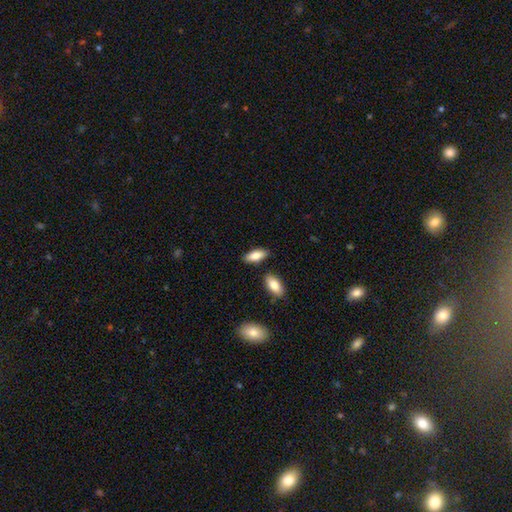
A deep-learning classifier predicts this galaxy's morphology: type=smooth (84%); roundness=in between (83%); merging=none (82%).